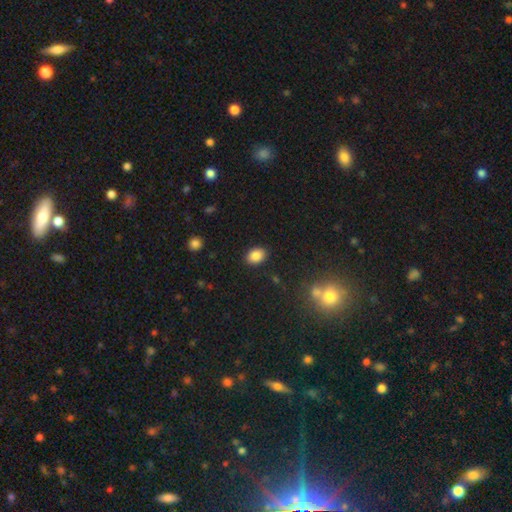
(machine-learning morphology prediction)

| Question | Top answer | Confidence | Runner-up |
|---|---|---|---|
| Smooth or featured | smooth | 86% | star or artifact (9%) |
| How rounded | in between | 74% | round (25%) |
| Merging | none | 89% | minor disturbance (8%) |